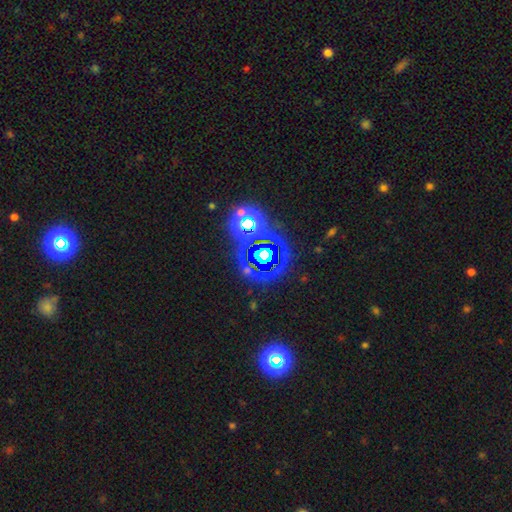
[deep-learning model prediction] Smooth or featured: star or artifact — 77% (smooth — 13%)